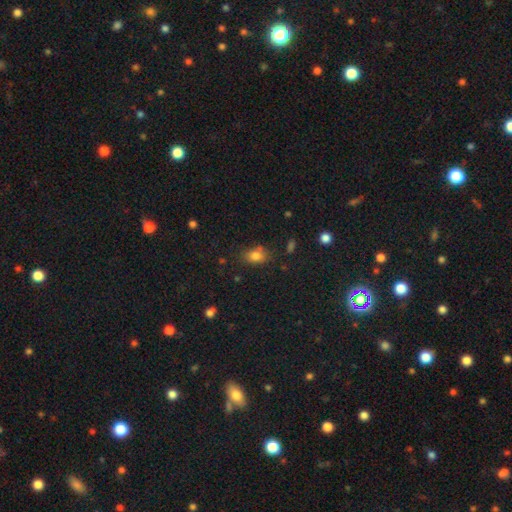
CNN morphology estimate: Smooth or featured?
  - smooth: 81% *
  - star or artifact: 11%
  - featured or disk: 8%
How rounded?
  - in between: 73% *
  - round: 26%
  - cigar-shaped: 2%
Merging?
  - none: 72% *
  - minor disturbance: 18%
  - merger: 5%
  - major disturbance: 5%